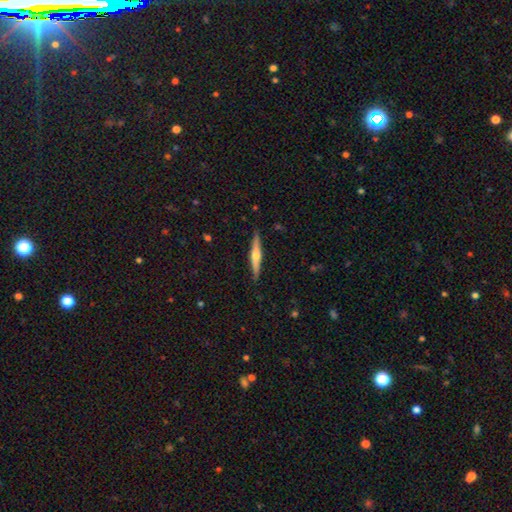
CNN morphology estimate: type=featured or disk (62%); edge-on=yes (97%); edge-on bulge=rounded (90%); merging=none (90%).